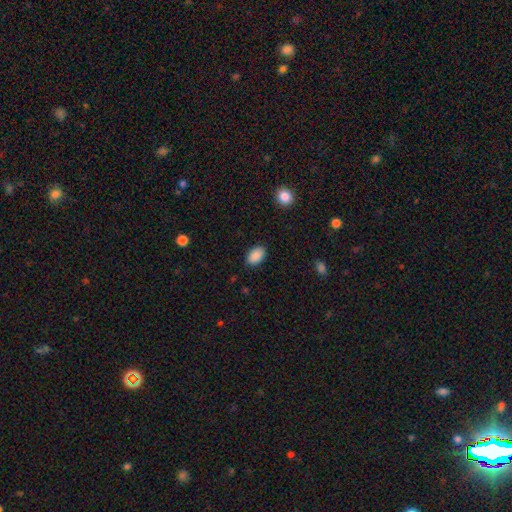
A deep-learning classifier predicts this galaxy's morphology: The model was most divided on "merging": none: 87%, minor disturbance: 9%, major disturbance: 2%, merger: 1%. More confident: how rounded — in between (91%); smooth or featured — smooth (90%).